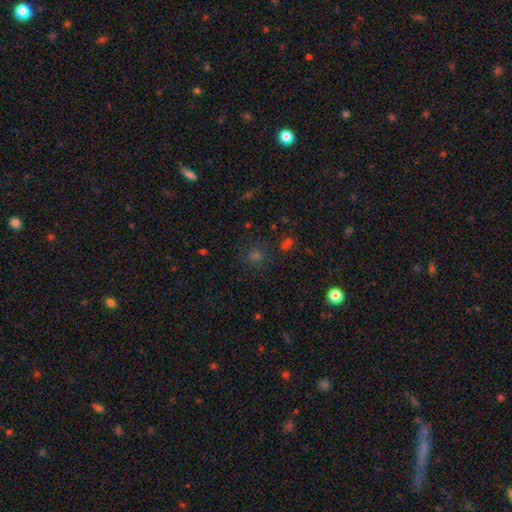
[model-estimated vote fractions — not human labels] Q: Smooth or featured?
A: smooth (52%); runner-up: star or artifact (40%)
Q: How rounded?
A: round (88%); runner-up: in between (11%)
Q: Merging?
A: none (84%); runner-up: minor disturbance (9%)